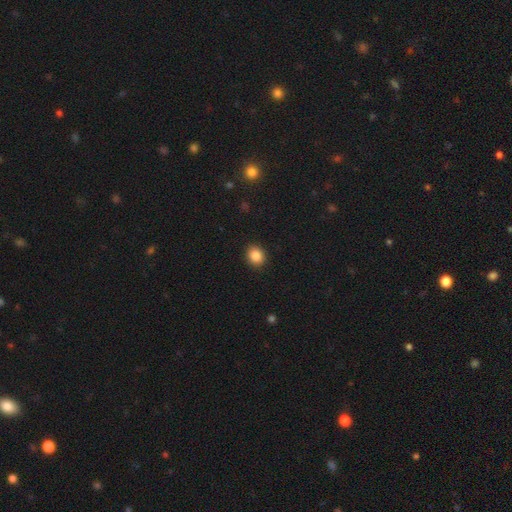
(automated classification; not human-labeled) This appears to be a smooth galaxy with no disk features (86%) that is round (64%). Merging: none (90%).